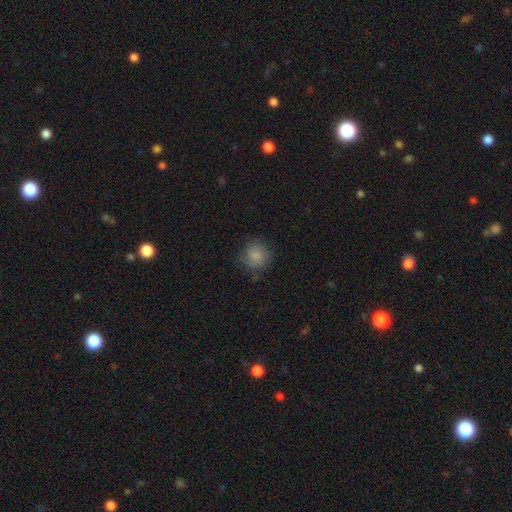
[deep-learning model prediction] smooth_or_featured: smooth (p=0.84) [alt: star or artifact p=0.09]
how_rounded: round (p=0.89) [alt: in between p=0.10]
merging: none (p=0.76) [alt: minor disturbance p=0.18]